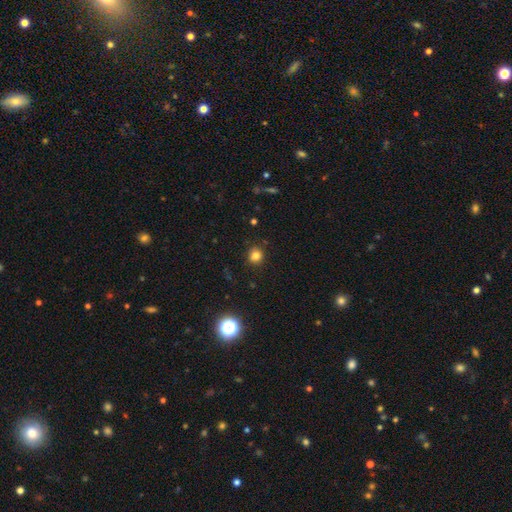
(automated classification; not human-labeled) Smooth or featured: smooth — 79% (star or artifact — 15%)
How rounded: round — 85% (in between — 14%)
Merging: none — 88% (minor disturbance — 9%)